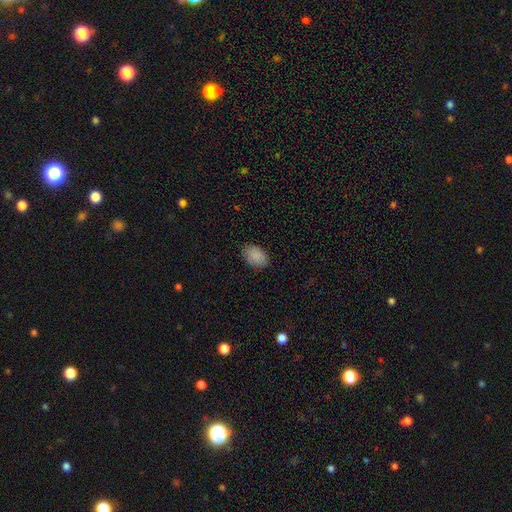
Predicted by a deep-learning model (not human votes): smooth 89%, star or artifact 7%, featured or disk 3%. Down the decision tree: how rounded — in between (84%); merging — none (85%).